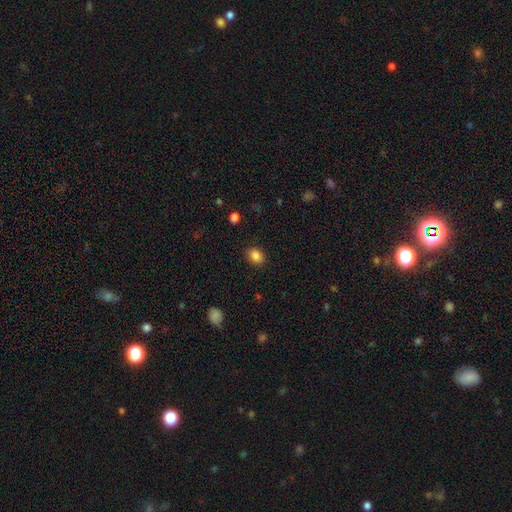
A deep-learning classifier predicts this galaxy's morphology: This is clearly a smooth galaxy (86%). How rounded: possibly in between (50%). Merging: clearly none (88%).